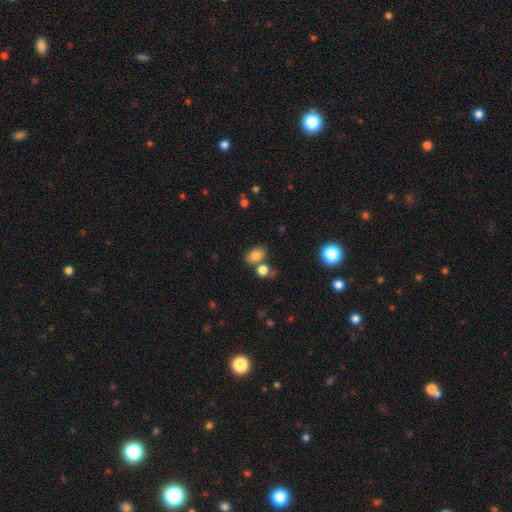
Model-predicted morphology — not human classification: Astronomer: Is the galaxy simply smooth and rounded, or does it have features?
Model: smooth — 81%.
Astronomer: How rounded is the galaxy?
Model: in between — 80%.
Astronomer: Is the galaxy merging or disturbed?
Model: none — 63%.